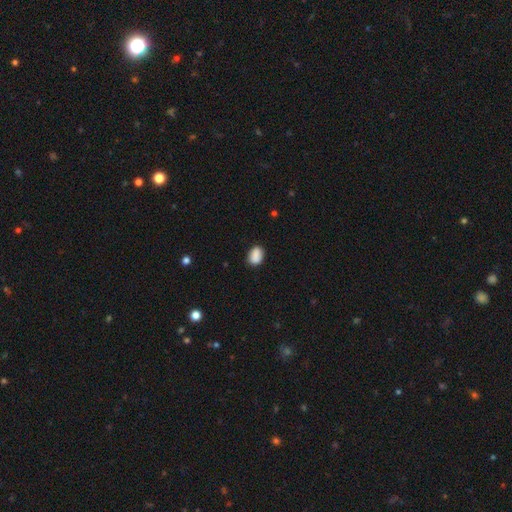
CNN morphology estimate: Q: Smooth or featured?
A: smooth (88%); runner-up: star or artifact (8%)
Q: How rounded?
A: in between (79%); runner-up: round (19%)
Q: Merging?
A: none (82%); runner-up: minor disturbance (13%)